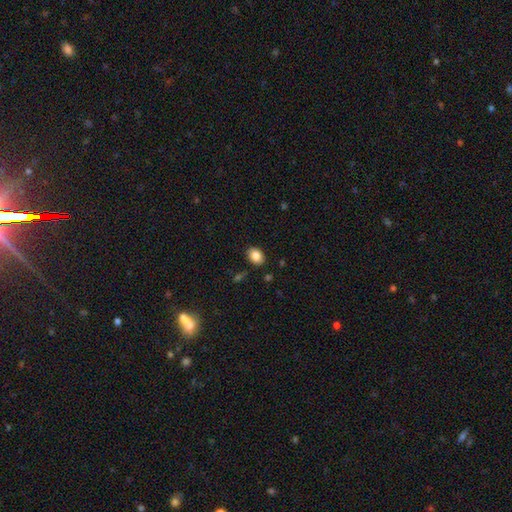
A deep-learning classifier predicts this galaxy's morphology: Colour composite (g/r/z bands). It shows a smooth galaxy with no disk features (86%) that is in between round and cigar-shaped (77%). Merging: none (86%).